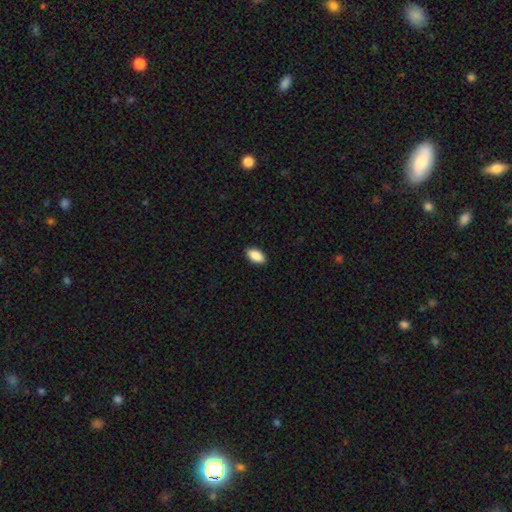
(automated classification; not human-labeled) Smooth or featured? smooth (89%)
How rounded? in between (92%)
Merging? none (90%)